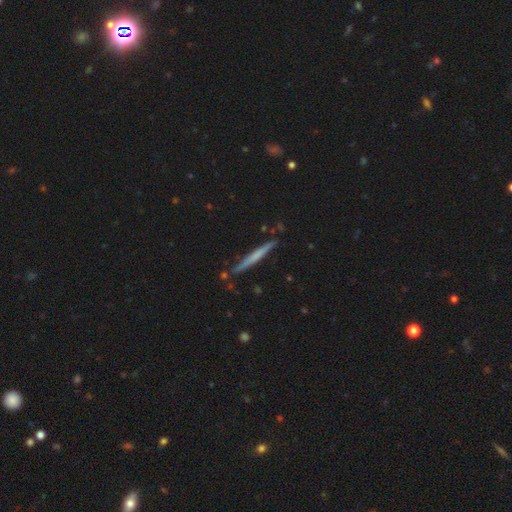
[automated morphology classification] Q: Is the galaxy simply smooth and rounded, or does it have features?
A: smooth — 49%.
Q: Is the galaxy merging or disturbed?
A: none — 86%.